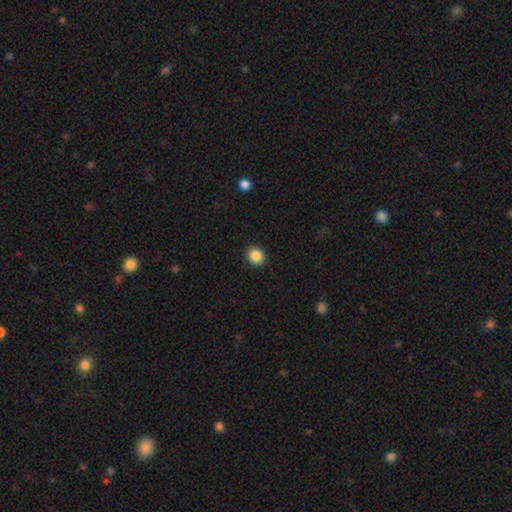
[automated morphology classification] type=smooth (87%); roundness=round (83%); merging=none (92%).